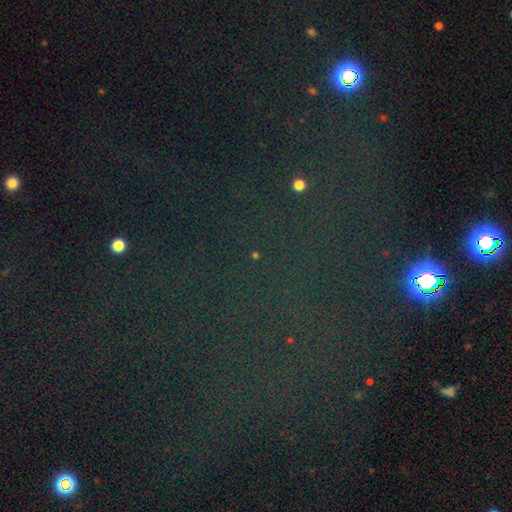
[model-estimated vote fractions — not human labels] This is likely a star or artifact rather than a galaxy (75%).